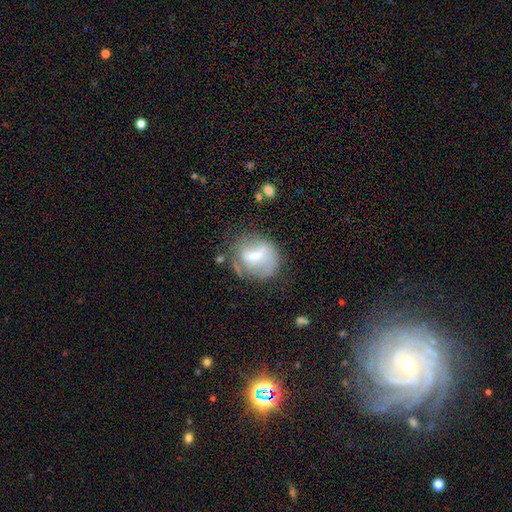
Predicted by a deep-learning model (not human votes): smooth-or-featured: smooth: 48% | featured or disk: 42% | star or artifact: 9%
  merging: none: 49% | minor disturbance: 26% | major disturbance: 19% | merger: 6%